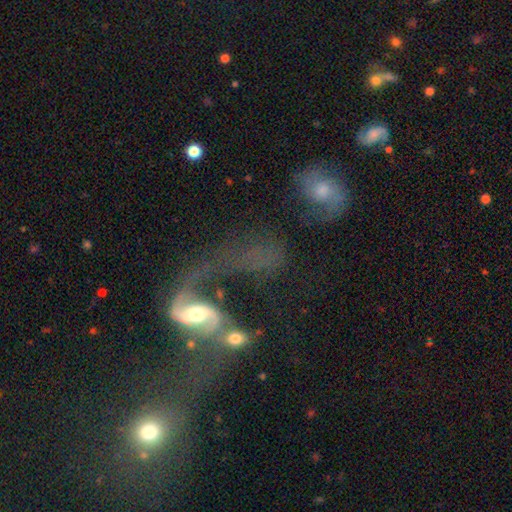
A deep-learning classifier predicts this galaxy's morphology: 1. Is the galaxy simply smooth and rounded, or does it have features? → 70% featured or disk, 19% smooth, 11% star or artifact.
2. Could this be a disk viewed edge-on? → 94% no, 6% yes.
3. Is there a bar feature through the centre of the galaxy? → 44% no, 38% weak, 18% strong.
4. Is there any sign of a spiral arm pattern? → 81% yes, 19% no.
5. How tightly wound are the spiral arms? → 75% loose, 19% medium, 6% tight.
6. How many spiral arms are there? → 64% 2, 26% 1, 6% can't tell, 1% 3, 1% 4, 1% more than 4.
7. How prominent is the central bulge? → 51% moderate, 33% small, 8% large, 6% none, 2% dominant.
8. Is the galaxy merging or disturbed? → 35% major disturbance, 34% merger, 21% none, 10% minor disturbance.